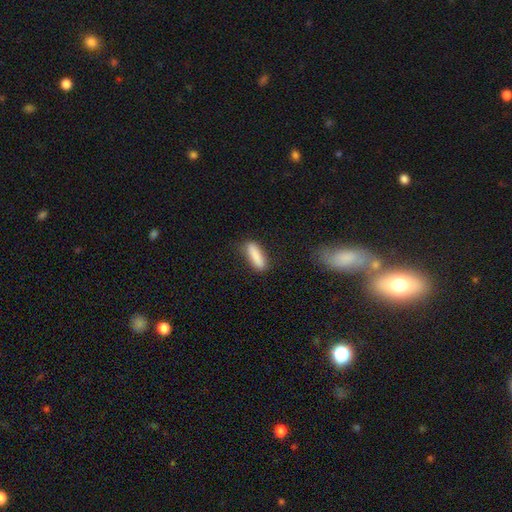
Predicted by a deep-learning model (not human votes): smooth_or_featured: smooth (p=0.86) [alt: featured or disk p=0.08]
how_rounded: cigar-shaped (p=0.63) [alt: in between p=0.35]
merging: none (p=0.82) [alt: minor disturbance p=0.13]